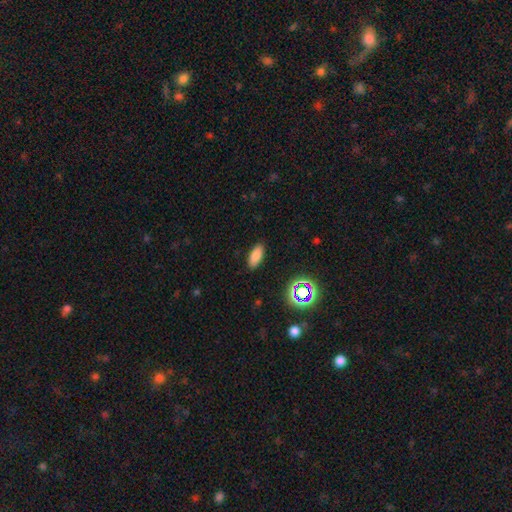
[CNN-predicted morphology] Smooth or featured? Predicted: smooth (p=0.80). How rounded? Predicted: in between (p=0.81). Merging? Predicted: none (p=0.88).